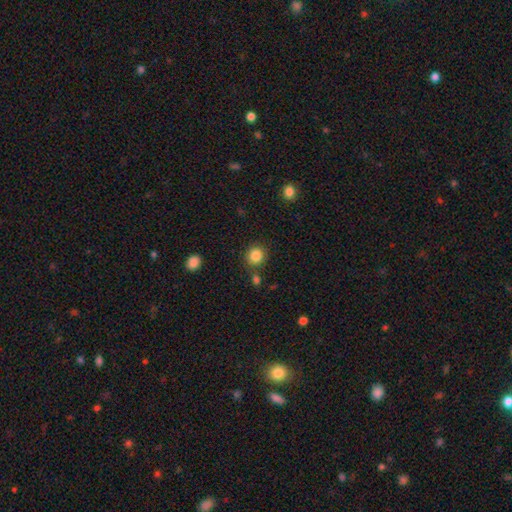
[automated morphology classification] Smooth or featured?
  - smooth: 85% *
  - star or artifact: 10%
  - featured or disk: 5%
How rounded?
  - round: 83% *
  - in between: 16%
  - cigar-shaped: 1%
Merging?
  - none: 80% *
  - minor disturbance: 10%
  - merger: 7%
  - major disturbance: 3%